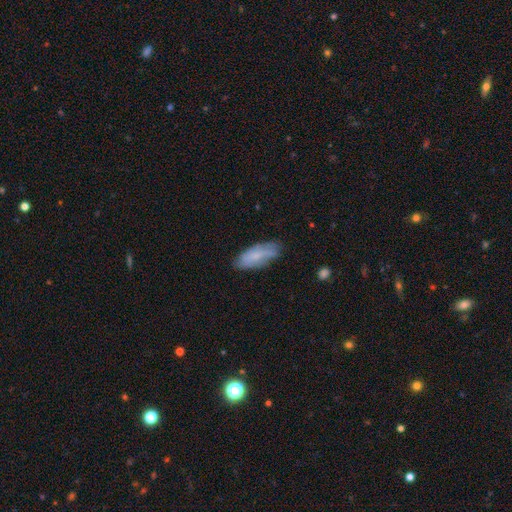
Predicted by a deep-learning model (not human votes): Smooth or featured: smooth — 60% (featured or disk — 33%)
How rounded: in between — 78% (cigar-shaped — 20%)
Merging: none — 71% (minor disturbance — 22%)